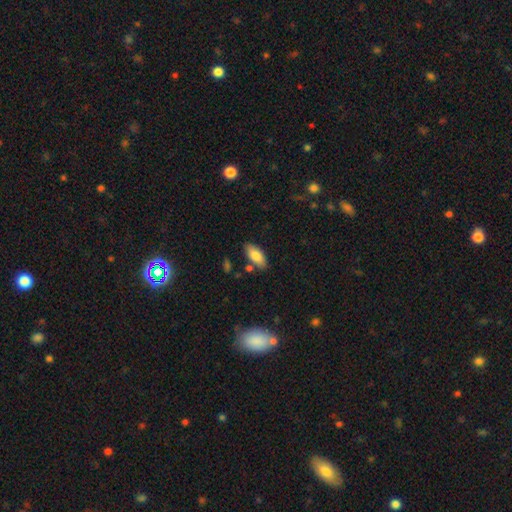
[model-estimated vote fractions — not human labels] Smooth or featured?
  - smooth: 82% *
  - featured or disk: 12%
  - star or artifact: 7%
How rounded?
  - in between: 87% *
  - cigar-shaped: 11%
  - round: 2%
Merging?
  - none: 80% *
  - minor disturbance: 12%
  - merger: 5%
  - major disturbance: 2%